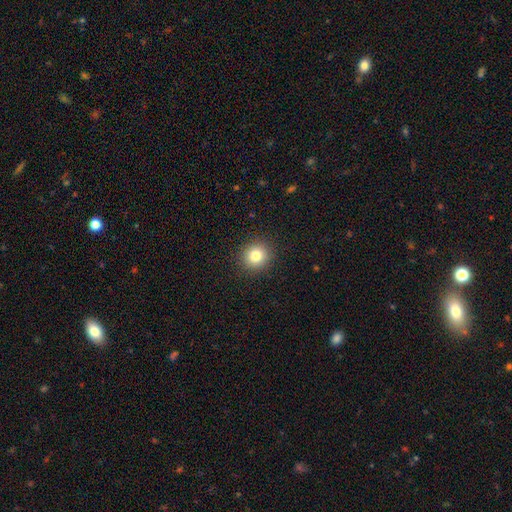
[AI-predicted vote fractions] smooth_or_featured: smooth (p=0.81) [alt: star or artifact p=0.12]
how_rounded: round (p=0.89) [alt: in between p=0.10]
merging: none (p=0.91) [alt: minor disturbance p=0.06]